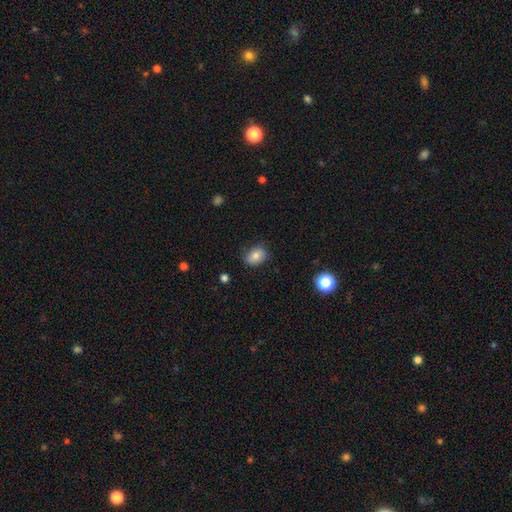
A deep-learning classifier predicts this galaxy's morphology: The model was most divided on "how rounded": in between: 74%, round: 25%, cigar-shaped: 1%. More confident: smooth or featured — smooth (78%); merging — none (75%).